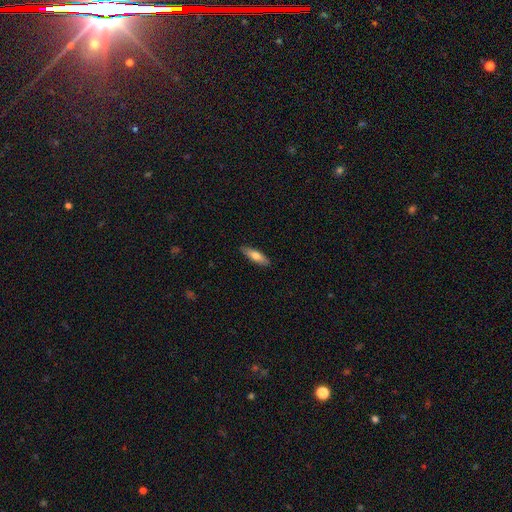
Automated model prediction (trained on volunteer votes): Smooth or featured: smooth — 68% (featured or disk — 26%)
How rounded: cigar-shaped — 56% (in between — 42%)
Merging: none — 89% (minor disturbance — 9%)